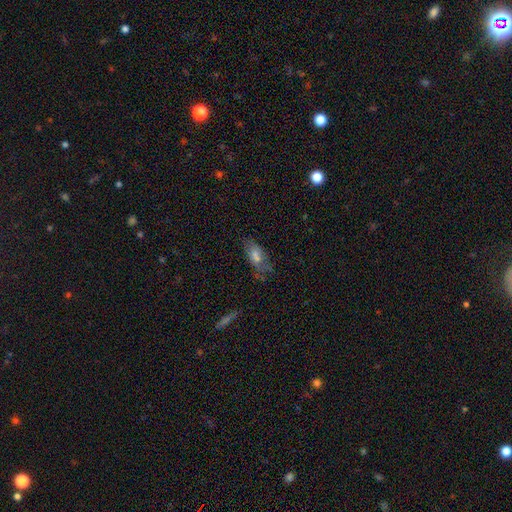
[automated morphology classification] smooth_or_featured: smooth (p=0.55) [alt: featured or disk p=0.32]
how_rounded: in between (p=0.79) [alt: cigar-shaped p=0.15]
merging: none (p=0.56) [alt: minor disturbance p=0.26]